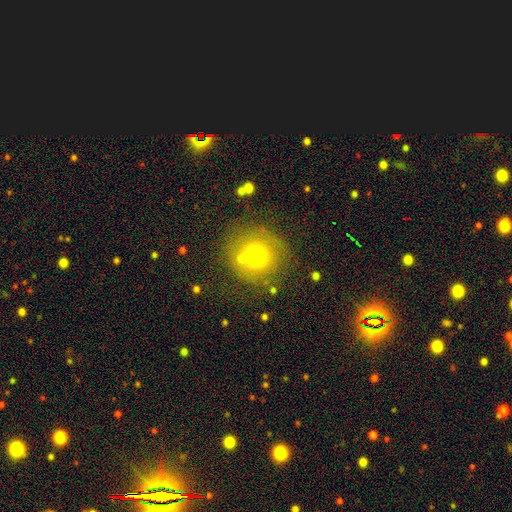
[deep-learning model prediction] Smooth or featured? smooth (66%)
How rounded? round (93%)
Merging? none (74%)